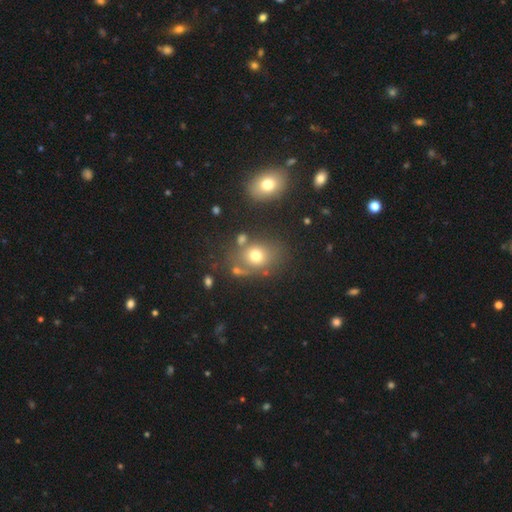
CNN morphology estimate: The model was most divided on "how rounded": round: 53%, in between: 46%, cigar-shaped: 1%. More confident: smooth or featured — smooth (71%); merging — none (61%).